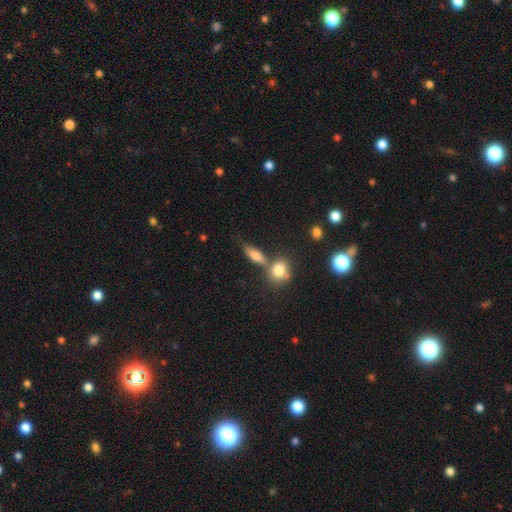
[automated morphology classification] This is likely a smooth galaxy (74%). How rounded: likely in between (61%). Merging: possibly none (50%).